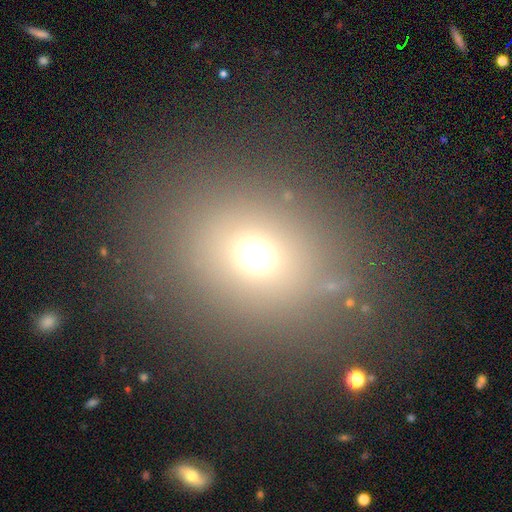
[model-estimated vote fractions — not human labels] smooth 66%, star or artifact 24%, featured or disk 10%. Down the decision tree: how rounded — round (62%); merging — none (83%).